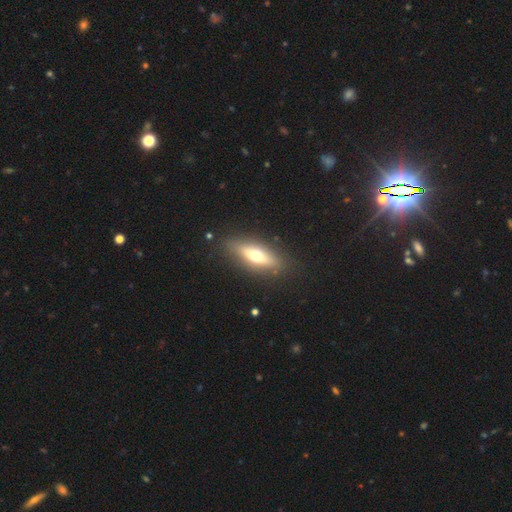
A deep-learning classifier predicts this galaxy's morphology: Overall: smooth (51%; featured or disk 42%). How rounded: cigar-shaped (49%; in between 48%). Merging: none (85%).